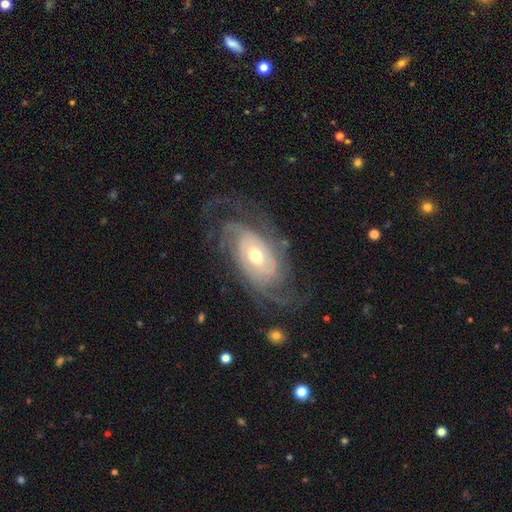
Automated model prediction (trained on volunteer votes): Overall: featured or disk (88%). Edge-on disk: no (95%). Bar: no (67%). Spiral arms: yes (96%). Spiral arm count: can't tell (30%; 2 21%). Spiral winding: tight (61%; medium 29%). Bulge size: moderate (62%; small 31%). Merging: none (69%).